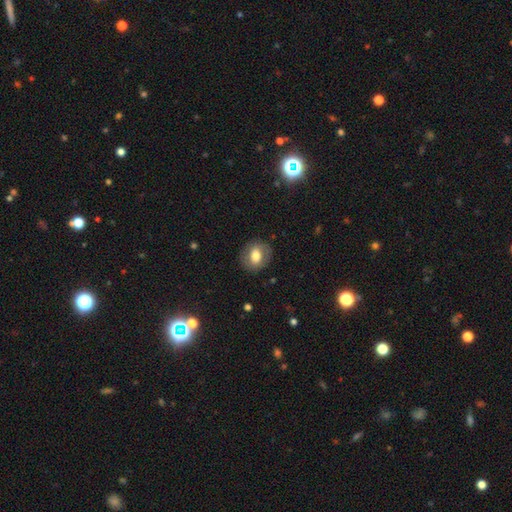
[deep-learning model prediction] Smooth or featured? smooth (65%)
How rounded? round (58%)
Merging? none (84%)